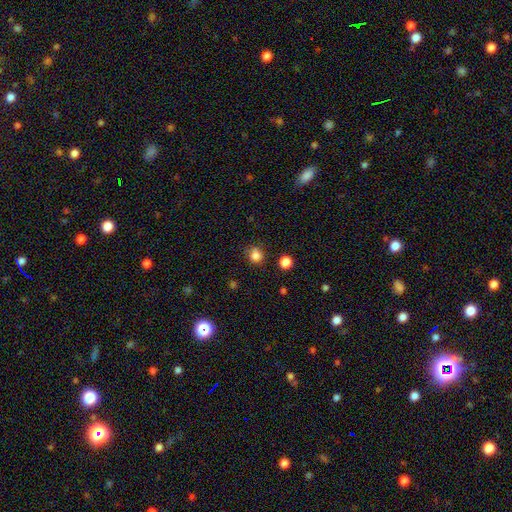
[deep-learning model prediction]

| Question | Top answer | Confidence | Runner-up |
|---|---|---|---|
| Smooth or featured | smooth | 82% | star or artifact (13%) |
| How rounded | round | 82% | in between (17%) |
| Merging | none | 78% | minor disturbance (14%) |